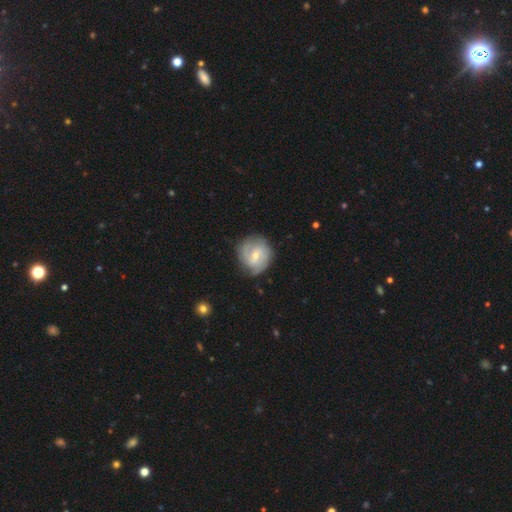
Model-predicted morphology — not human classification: Overall: featured or disk (67%). Edge-on disk: no (97%). Bar: weak (48%; no 43%). Spiral arms: yes (88%). Spiral arm count: 2 (48%; can't tell 27%). Spiral winding: tight (47%; medium 39%). Bulge size: small (58%; moderate 38%). Merging: none (72%).